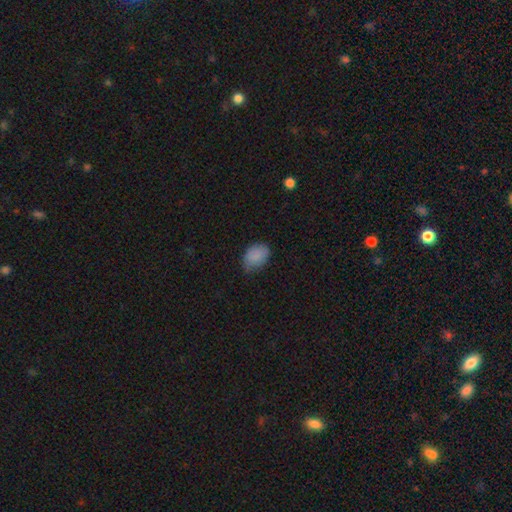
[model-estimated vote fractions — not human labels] Smooth or featured? Predicted: smooth (p=0.86). How rounded? Predicted: in between (p=0.82). Merging? Predicted: none (p=0.63).